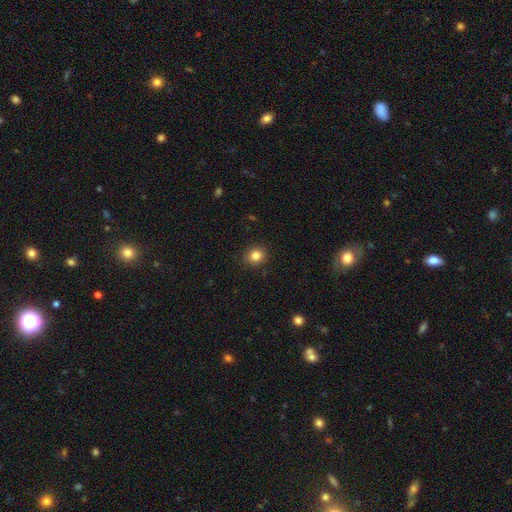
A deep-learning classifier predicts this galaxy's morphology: type=smooth (83%); roundness=round (82%); merging=none (90%).